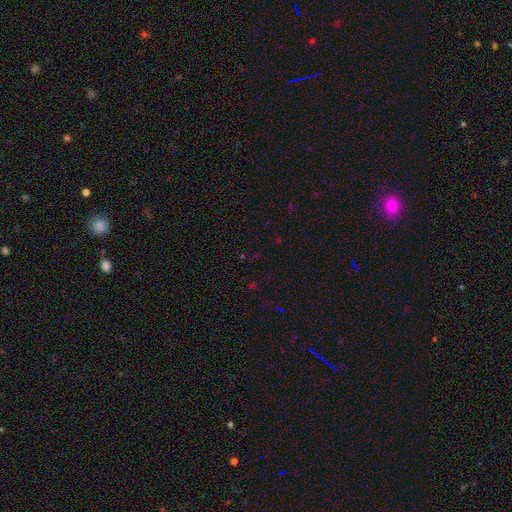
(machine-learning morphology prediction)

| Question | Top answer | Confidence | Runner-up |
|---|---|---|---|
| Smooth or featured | star or artifact | 66% | smooth (26%) |